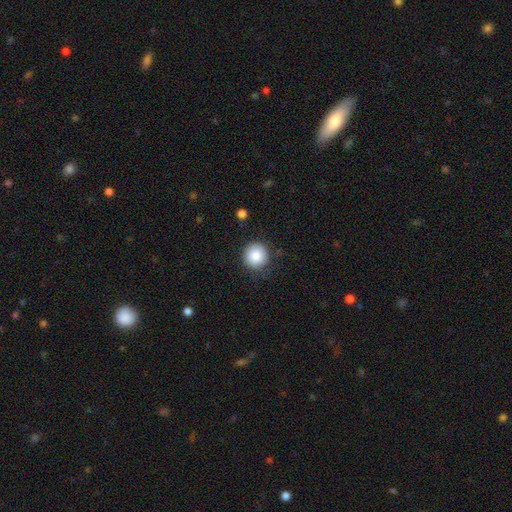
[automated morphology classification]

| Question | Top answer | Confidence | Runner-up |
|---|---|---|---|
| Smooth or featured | smooth | 86% | star or artifact (9%) |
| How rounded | round | 95% | in between (4%) |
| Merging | none | 84% | minor disturbance (11%) |